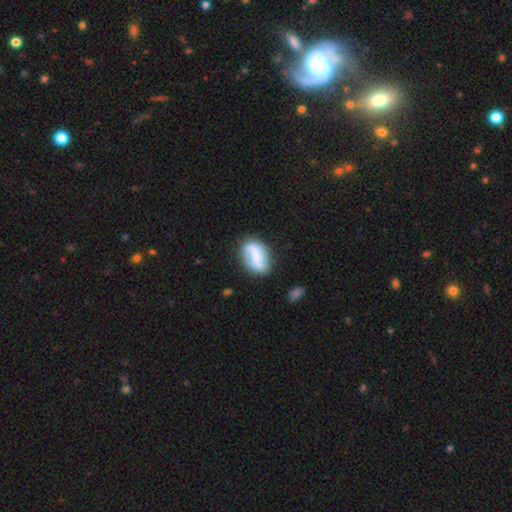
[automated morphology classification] A featured or disk galaxy (51%). Merging: none (71%).